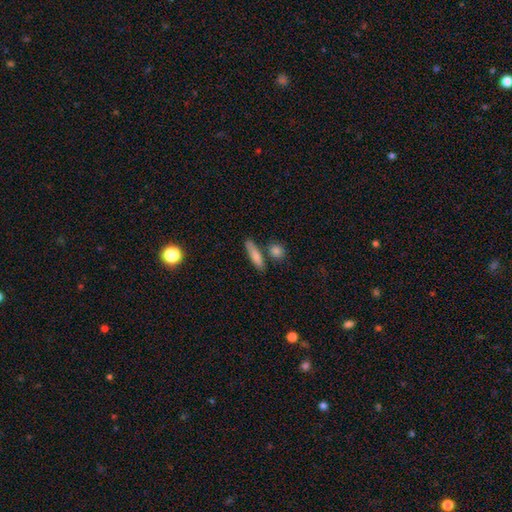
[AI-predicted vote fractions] This appears to be a smooth galaxy with no disk features (80%) that is cigar-shaped (70%). Merging: none (73%).